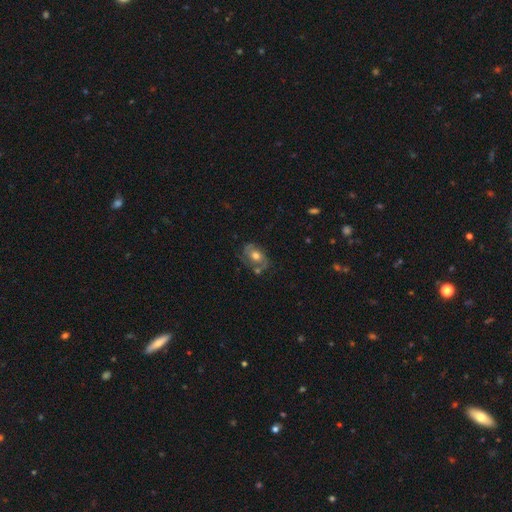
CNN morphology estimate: Overall: featured or disk (64%; smooth 28%). Edge-on disk: no (96%). Bar: no (73%). Spiral arms: yes (74%). Bulge size: moderate (63%; large 27%). Merging: none (62%; minor disturbance 22%).